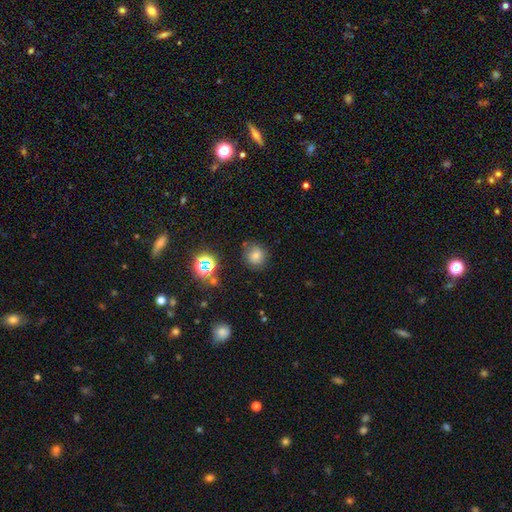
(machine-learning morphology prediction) smooth-or-featured: smooth: 72% | star or artifact: 18% | featured or disk: 9%
  how-rounded: round: 86% | in between: 13% | cigar-shaped: 1%
  merging: none: 76% | minor disturbance: 15% | major disturbance: 4% | merger: 4%